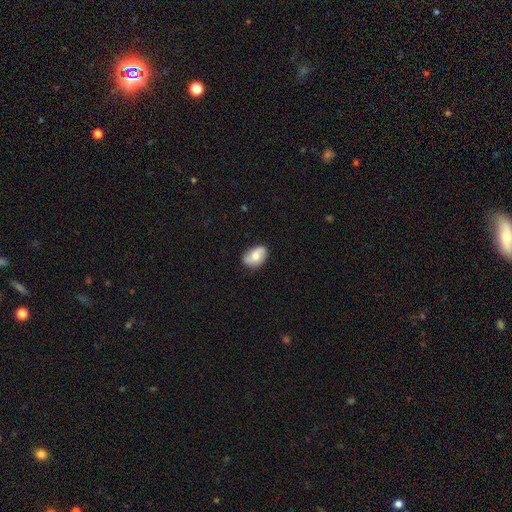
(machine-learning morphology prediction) A smooth galaxy with no disk features (61%) that is in between round and cigar-shaped (87%). Merging: none (74%).